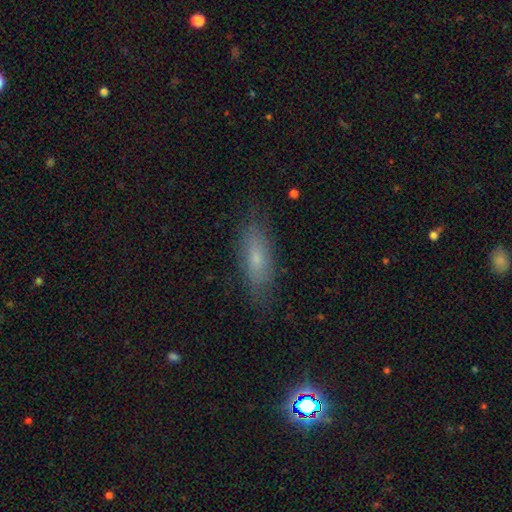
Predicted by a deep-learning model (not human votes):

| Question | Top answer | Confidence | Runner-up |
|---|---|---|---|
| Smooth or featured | smooth | 49% | featured or disk (31%) |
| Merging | none | 83% | minor disturbance (13%) |